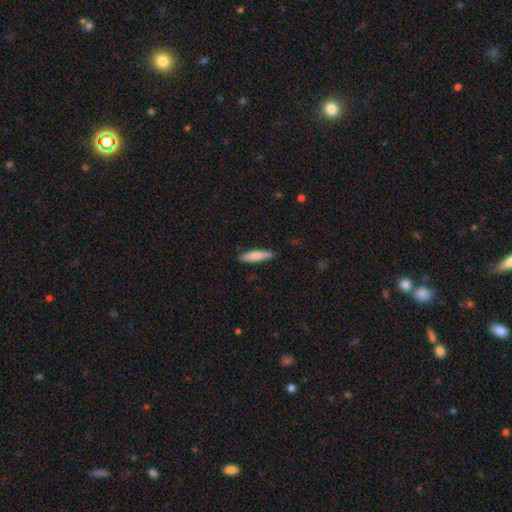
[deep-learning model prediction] Overall: smooth (77%). How rounded: cigar-shaped (78%). Merging: none (88%).